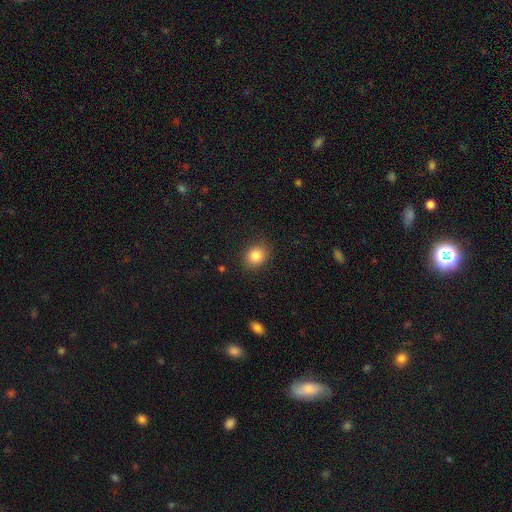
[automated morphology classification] The model was most divided on "how rounded": round: 60%, in between: 39%, cigar-shaped: 1%. More confident: merging — none (86%); smooth or featured — smooth (84%).